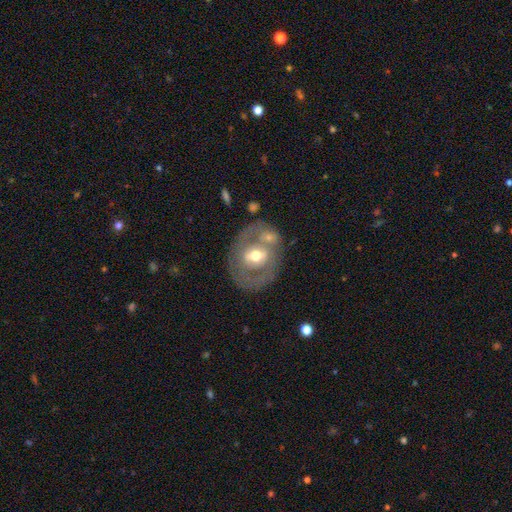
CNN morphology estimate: The model was most divided on "bar": no: 41%, weak: 37%, strong: 22%. More confident: edge-on disk — no (93%); spiral arms — no (74%); bulge size — moderate (73%); merging — none (65%); smooth or featured — featured or disk (60%).